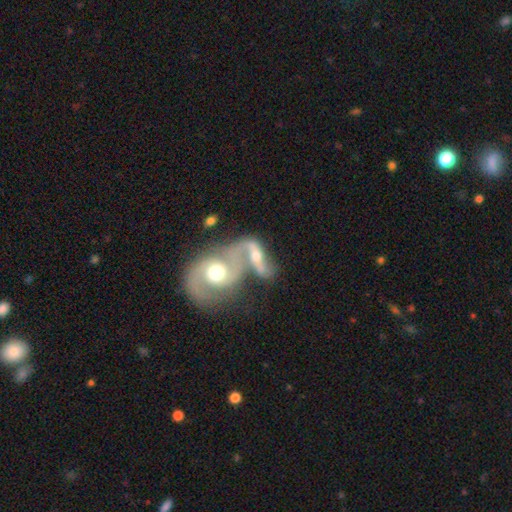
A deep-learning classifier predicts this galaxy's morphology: This is likely a featured or disk galaxy (75%). It is clearly not viewed edge-on (93%). Bar: possibly no (55%). Spiral arm pattern: clearly yes (87%). Spiral arm count: clearly 2 (85%). Spiral winding: possibly loose (51%). Central bulge: likely moderate (70%). Merging: likely merger (69%).